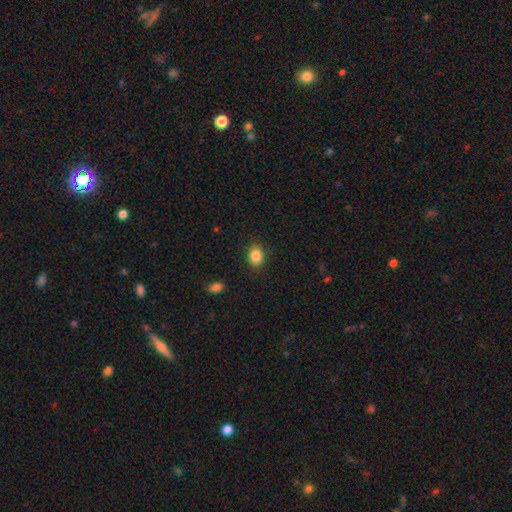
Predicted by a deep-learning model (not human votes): A smooth galaxy with no disk features (85%) that is in between round and cigar-shaped (67%). Merging: none (88%).